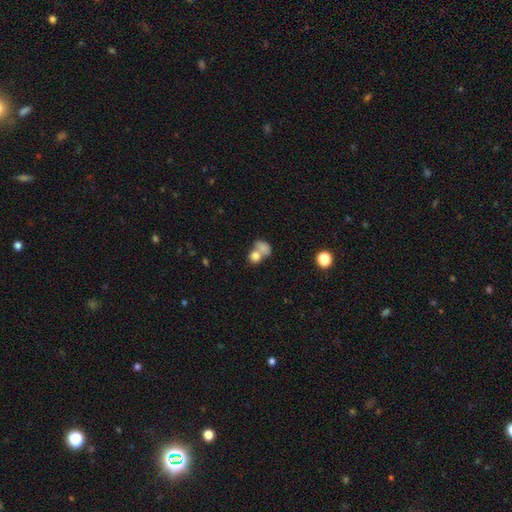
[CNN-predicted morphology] This appears to be a smooth galaxy with no disk features (76%) that is round (59%). Merging: merger (58%).